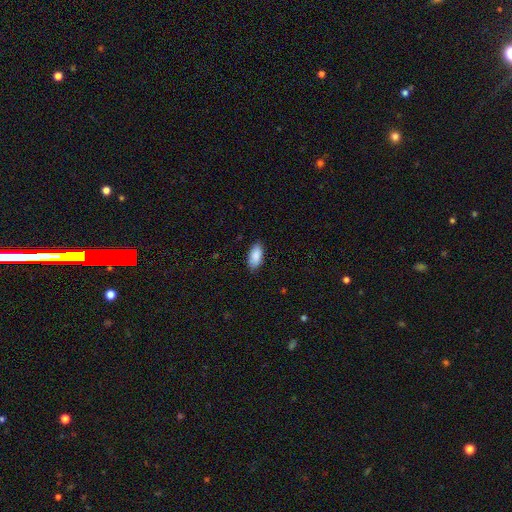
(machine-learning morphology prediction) A smooth galaxy with no disk features (88%) that is in between round and cigar-shaped (93%). Merging: none (87%).